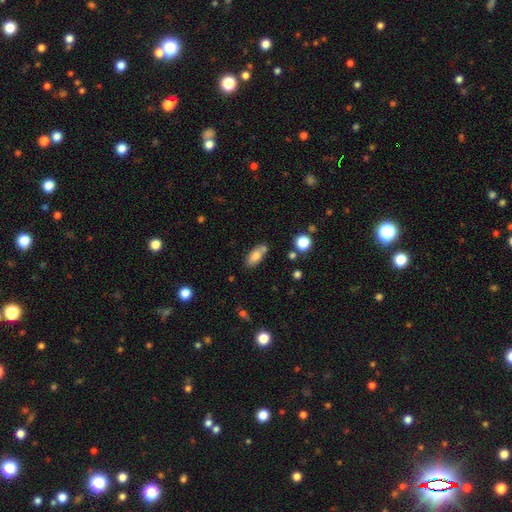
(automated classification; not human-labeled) Q: Smooth or featured?
A: smooth (77%); runner-up: featured or disk (15%)
Q: How rounded?
A: in between (85%); runner-up: cigar-shaped (11%)
Q: Merging?
A: none (63%); runner-up: minor disturbance (17%)